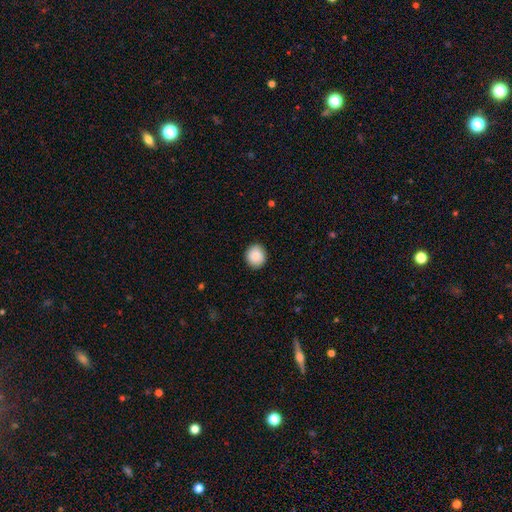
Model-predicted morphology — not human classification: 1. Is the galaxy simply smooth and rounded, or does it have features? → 88% smooth, 7% star or artifact, 5% featured or disk.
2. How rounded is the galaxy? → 79% round, 20% in between, 1% cigar-shaped.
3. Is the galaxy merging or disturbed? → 90% none, 8% minor disturbance, 2% major disturbance, 1% merger.